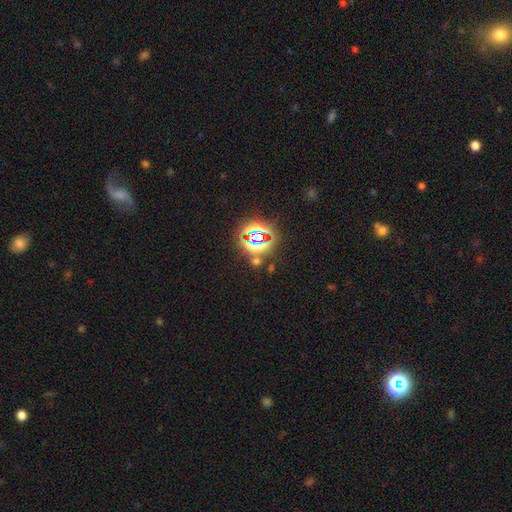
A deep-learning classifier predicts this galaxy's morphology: A star or artifact, not a galaxy (76%).